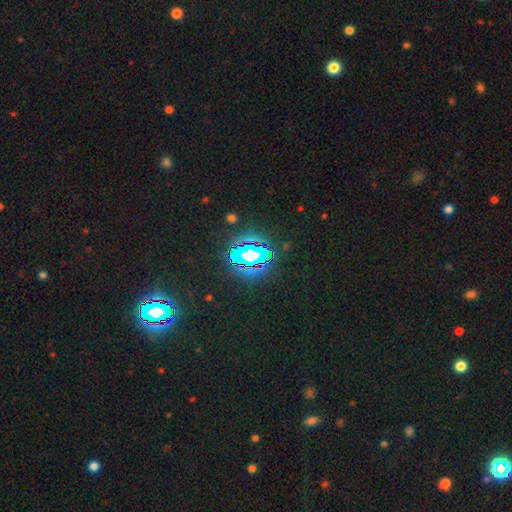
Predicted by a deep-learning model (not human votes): The model was most divided on "smooth or featured": star or artifact: 78%, smooth: 12%, featured or disk: 10%.